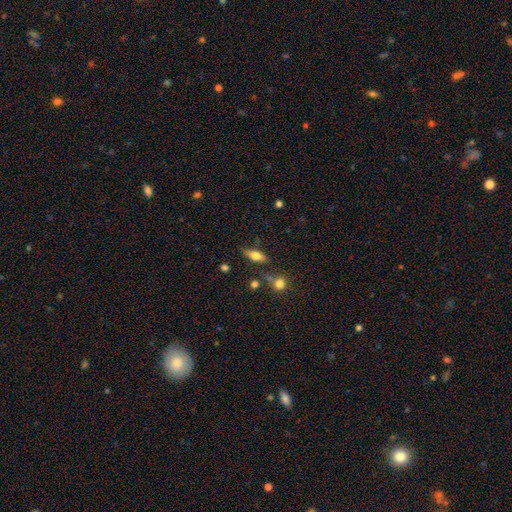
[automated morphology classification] A smooth galaxy with no disk features (62%) that is in between round and cigar-shaped (68%).

Vote fractions:
- Smooth or featured? smooth: 62% / featured or disk: 30% / star or artifact: 8%
- How rounded? in between: 68% / cigar-shaped: 27% / round: 5%
- Merging? none: 75% / minor disturbance: 14% / merger: 7% / major disturbance: 4%